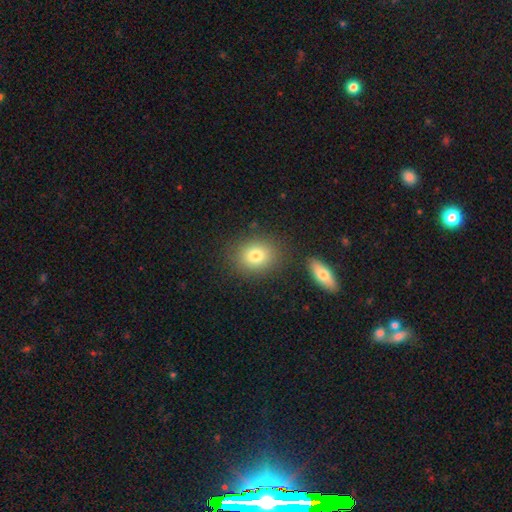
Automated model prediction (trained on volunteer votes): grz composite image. It shows a smooth galaxy with no disk features (79%) that is round (63%). Merging: none (81%).